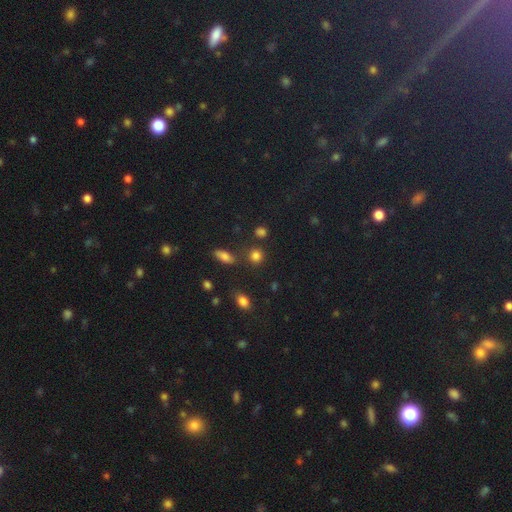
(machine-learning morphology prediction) smooth 81%, star or artifact 13%, featured or disk 5%. Down the decision tree: how rounded — round (85%); merging — none (77%).